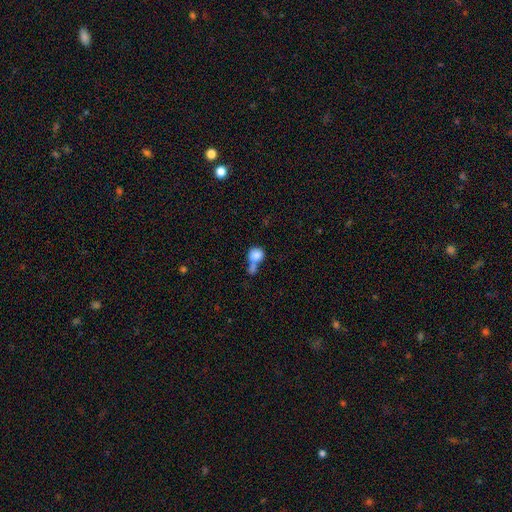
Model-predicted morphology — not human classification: Smooth or featured? Predicted: smooth (p=0.83). How rounded? Predicted: round (p=0.80). Merging? Predicted: merger (p=0.54).